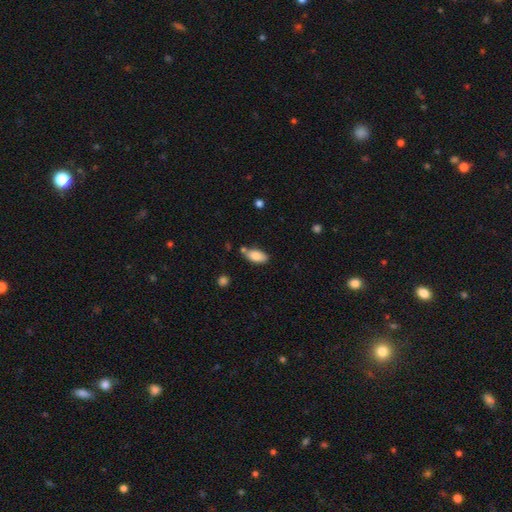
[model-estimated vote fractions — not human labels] Smooth or featured? Predicted: smooth (p=0.83). How rounded? Predicted: in between (p=0.91). Merging? Predicted: none (p=0.70).